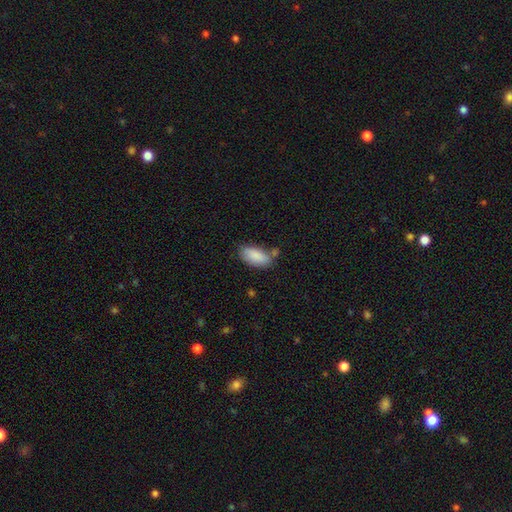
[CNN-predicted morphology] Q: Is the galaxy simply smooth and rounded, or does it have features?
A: smooth — 87%.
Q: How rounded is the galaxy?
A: in between — 90%.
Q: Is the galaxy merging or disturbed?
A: none — 62%.